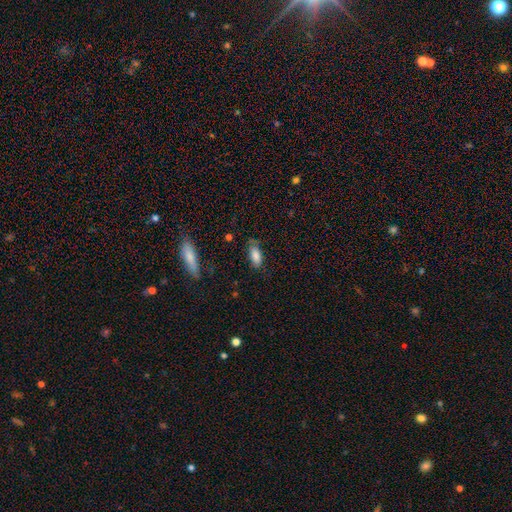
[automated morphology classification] Smooth or featured? Predicted: smooth (p=0.82). How rounded? Predicted: in between (p=0.85). Merging? Predicted: none (p=0.64).